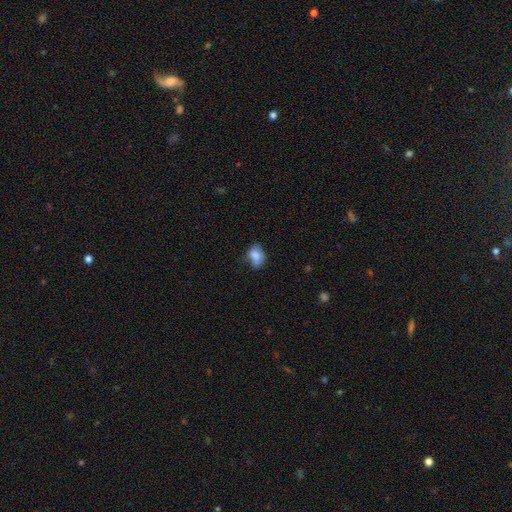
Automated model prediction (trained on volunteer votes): The model was most divided on "merging": none: 49%, minor disturbance: 36%, major disturbance: 11%, merger: 5%. More confident: smooth or featured — smooth (79%); how rounded — in between (73%).